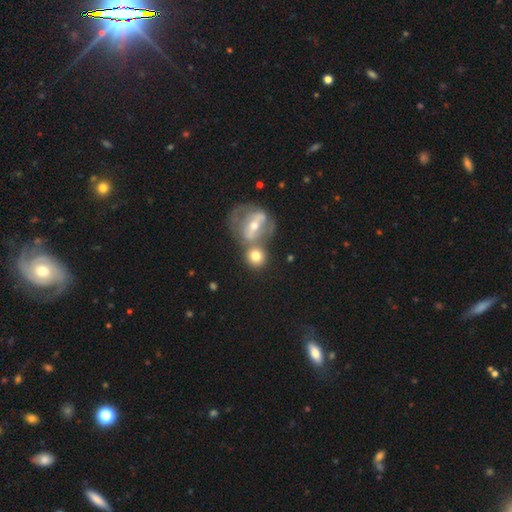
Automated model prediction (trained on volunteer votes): Smooth or featured?
  - smooth: 64% *
  - featured or disk: 28%
  - star or artifact: 8%
How rounded?
  - round: 84% *
  - in between: 15%
  - cigar-shaped: 1%
Merging?
  - none: 45% *
  - merger: 40%
  - minor disturbance: 10%
  - major disturbance: 5%